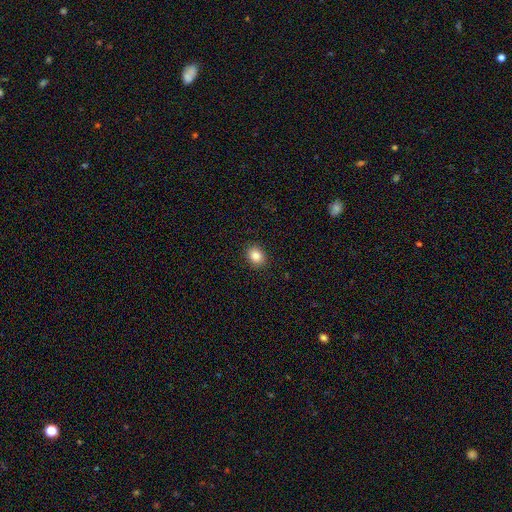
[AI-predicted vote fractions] This is clearly a smooth galaxy (85%). How rounded: possibly round (51%). Merging: clearly none (90%).